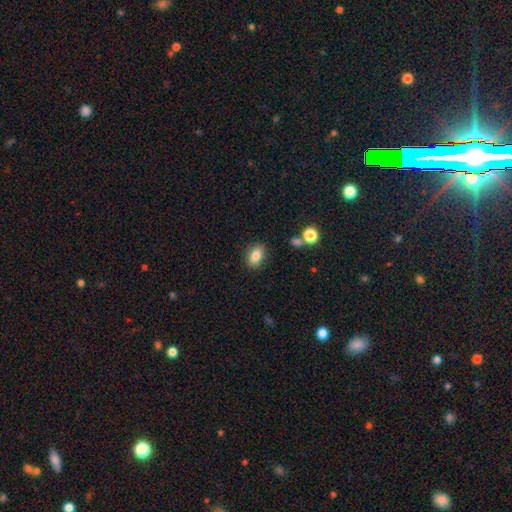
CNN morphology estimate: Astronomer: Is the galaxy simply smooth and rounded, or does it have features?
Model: smooth — 85%.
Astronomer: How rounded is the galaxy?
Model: in between — 85%.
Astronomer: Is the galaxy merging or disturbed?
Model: none — 84%.